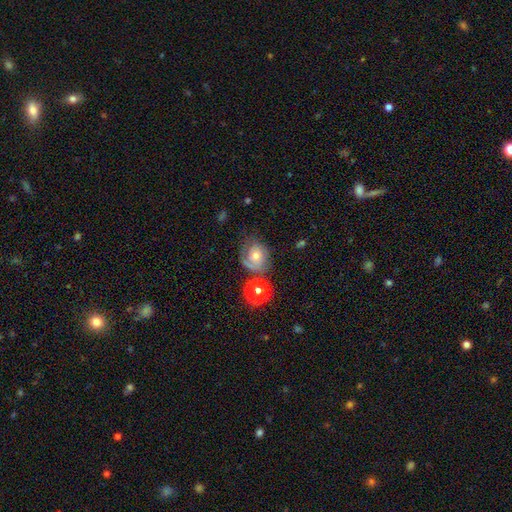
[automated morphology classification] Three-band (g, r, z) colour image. It shows a featured or disk galaxy (52%) with no bar (80%), spiral arms (77%) and a moderate central bulge (53%). Merging: none (52%).